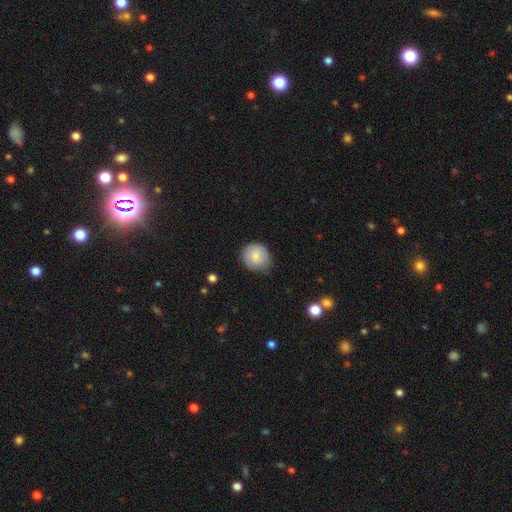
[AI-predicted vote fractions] Q: Smooth or featured?
A: smooth (80%); runner-up: featured or disk (14%)
Q: How rounded?
A: round (81%); runner-up: in between (18%)
Q: Merging?
A: none (72%); runner-up: minor disturbance (23%)